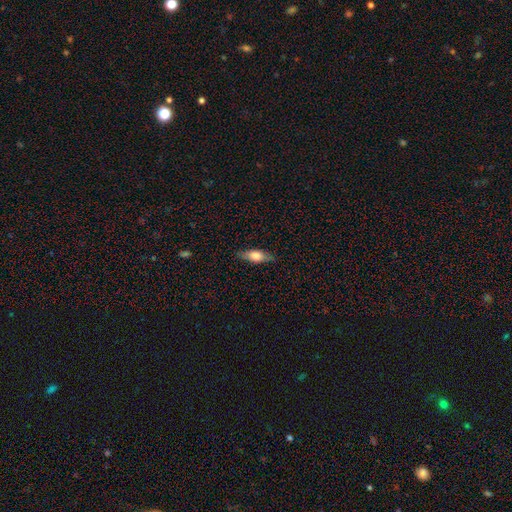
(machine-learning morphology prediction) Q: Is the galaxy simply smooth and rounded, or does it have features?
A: smooth — 63%.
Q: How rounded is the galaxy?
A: in between — 67%.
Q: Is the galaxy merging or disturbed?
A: none — 81%.